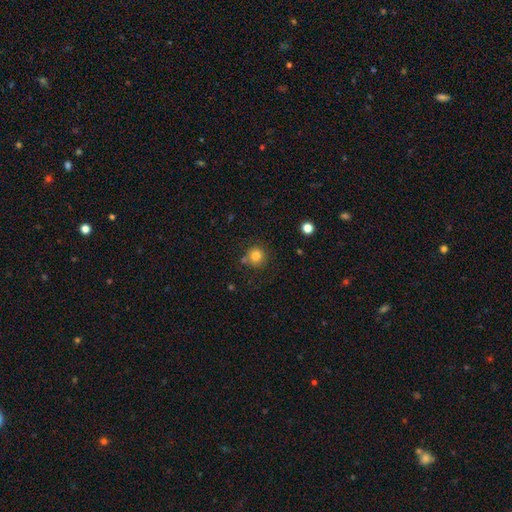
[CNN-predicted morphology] Smooth or featured: smooth — 82% (star or artifact — 11%)
How rounded: round — 91% (in between — 8%)
Merging: none — 74% (minor disturbance — 12%)